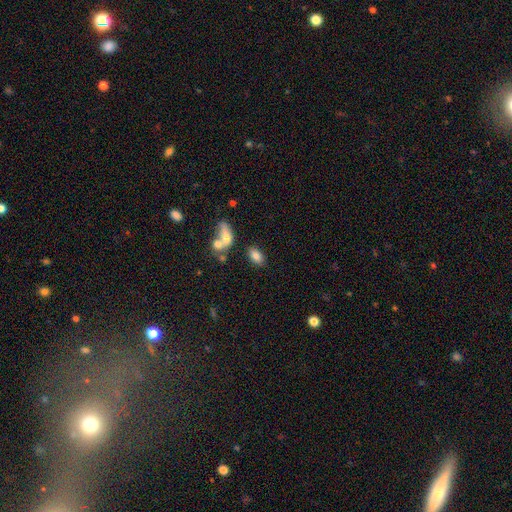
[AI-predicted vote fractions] smooth-or-featured: smooth: 80% | featured or disk: 11% | star or artifact: 9%
  how-rounded: in between: 90% | round: 7% | cigar-shaped: 3%
  merging: none: 66% | merger: 17% | minor disturbance: 13% | major disturbance: 5%